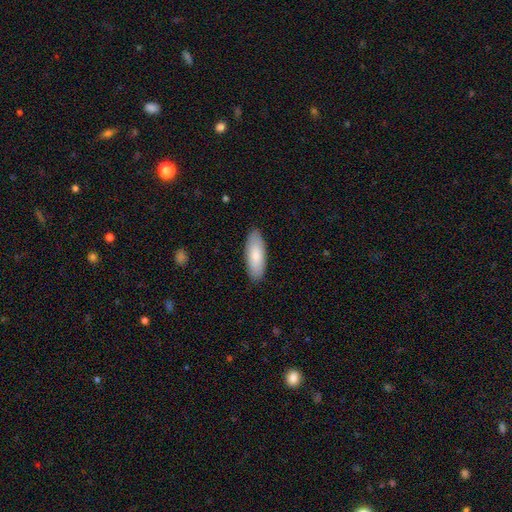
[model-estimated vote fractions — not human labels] Smooth or featured?
  - smooth: 82% *
  - featured or disk: 13%
  - star or artifact: 5%
How rounded?
  - in between: 74% *
  - cigar-shaped: 24%
  - round: 2%
Merging?
  - none: 88% *
  - minor disturbance: 9%
  - major disturbance: 2%
  - merger: 1%